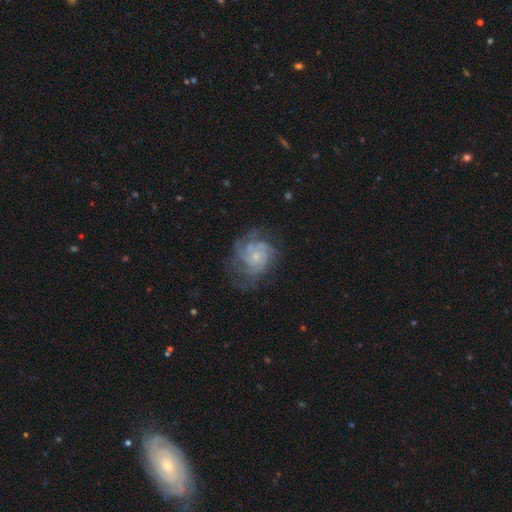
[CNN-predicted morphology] smooth-or-featured: featured or disk: 84% | smooth: 9% | star or artifact: 7%
  disk-edge-on: no: 98% | yes: 2%
    bar: no: 78% | weak: 19% | strong: 3%
    has-spiral-arms: yes: 96% | no: 4%
      spiral-winding: tight: 57% | medium: 35% | loose: 8%
      spiral-arm-count: 4: 31% | can't tell: 23% | 3: 21% | more than 4: 10% | 2: 9% | 1: 6%
    bulge-size: small: 73% | moderate: 18% | none: 6% | large: 2% | dominant: 1%
  merging: none: 66% | minor disturbance: 19% | major disturbance: 13% | merger: 2%